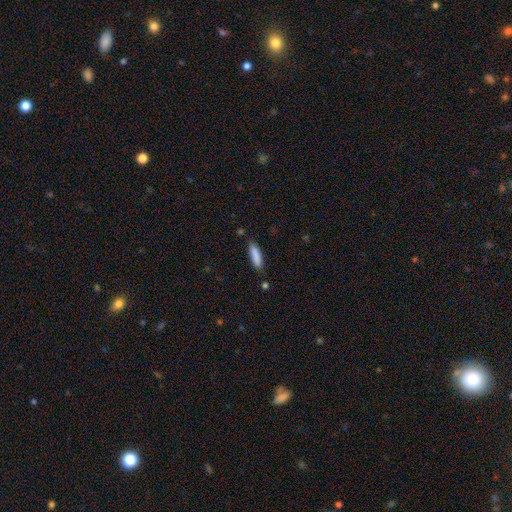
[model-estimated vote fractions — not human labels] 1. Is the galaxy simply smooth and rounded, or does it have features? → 86% smooth, 7% featured or disk, 6% star or artifact.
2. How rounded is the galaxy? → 71% cigar-shaped, 27% in between, 1% round.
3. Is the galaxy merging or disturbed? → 81% none, 14% minor disturbance, 3% merger, 3% major disturbance.